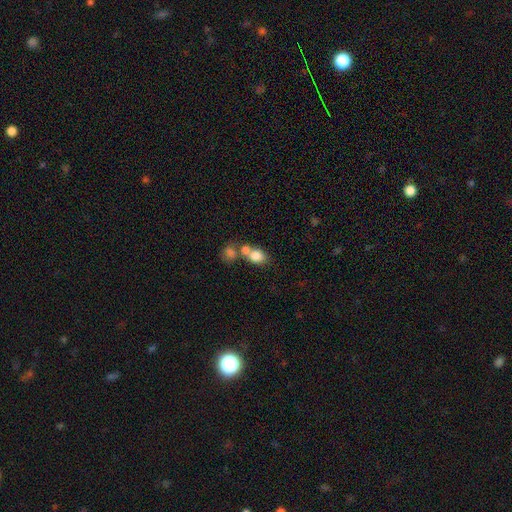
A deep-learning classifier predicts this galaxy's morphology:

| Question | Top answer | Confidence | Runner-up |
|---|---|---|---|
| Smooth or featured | smooth | 78% | featured or disk (12%) |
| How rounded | in between | 54% | round (44%) |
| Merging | merger | 55% | none (31%) |